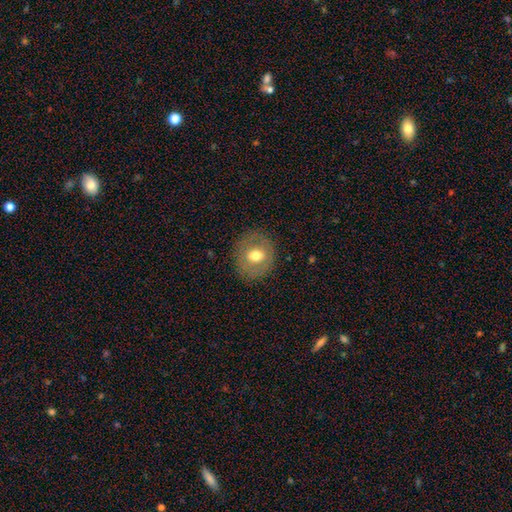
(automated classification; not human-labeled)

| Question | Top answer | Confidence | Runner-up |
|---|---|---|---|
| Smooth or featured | smooth | 62% | featured or disk (30%) |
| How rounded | round | 70% | in between (29%) |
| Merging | none | 83% | minor disturbance (11%) |